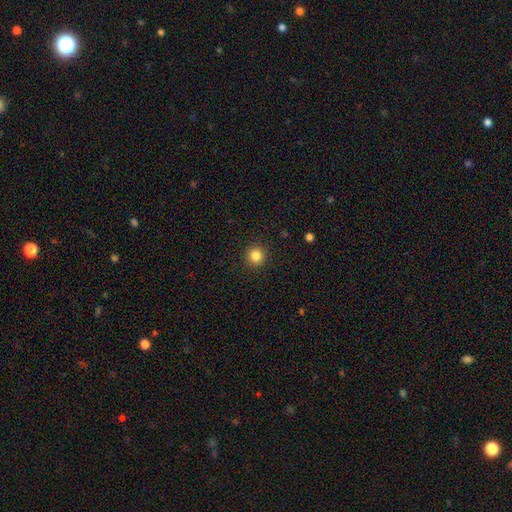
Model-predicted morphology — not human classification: A smooth galaxy with no disk features (84%) that is round (94%). Merging: none (92%).